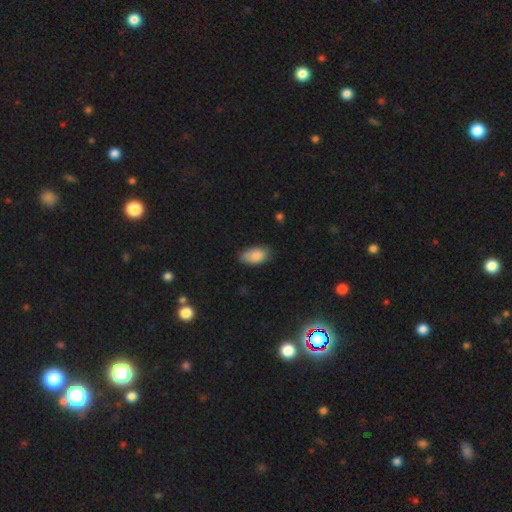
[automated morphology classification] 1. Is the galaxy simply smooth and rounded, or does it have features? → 86% smooth, 7% star or artifact, 7% featured or disk.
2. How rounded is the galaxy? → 94% in between, 4% round, 3% cigar-shaped.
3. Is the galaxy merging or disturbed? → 74% none, 21% minor disturbance, 3% major disturbance, 1% merger.